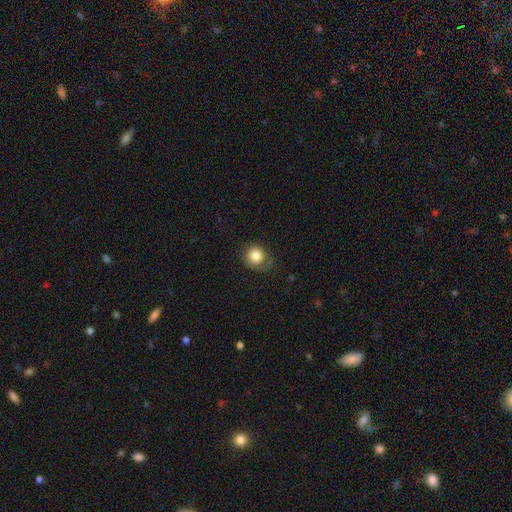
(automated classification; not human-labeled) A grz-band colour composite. It shows a smooth galaxy with no disk features (80%) that is round (82%). Merging: none (58%).